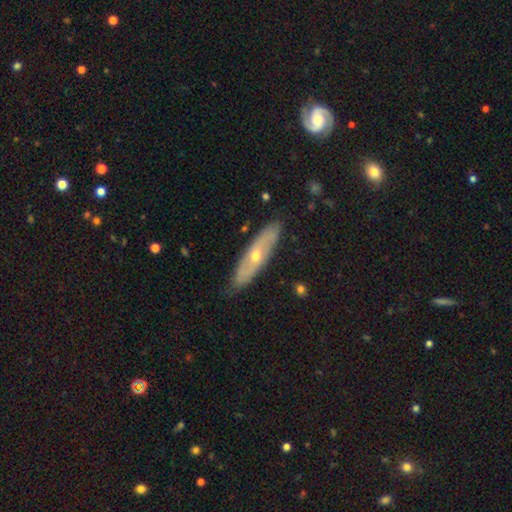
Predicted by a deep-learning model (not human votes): The model was most divided on "edge-on disk": no: 56%, yes: 44%. More confident: merging — none (83%); smooth or featured — featured or disk (59%).